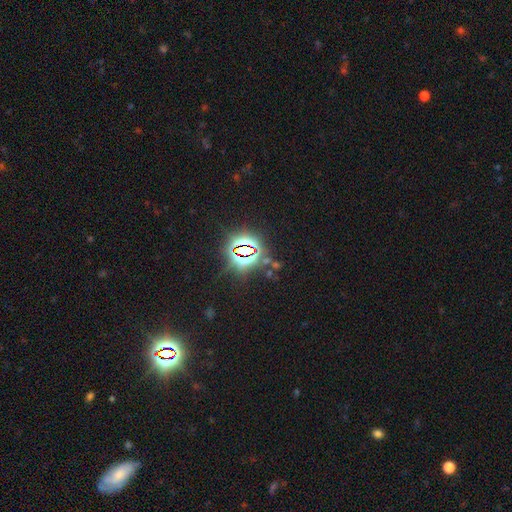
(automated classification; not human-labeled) A star or artifact, not a galaxy (80%).

Vote fractions:
- Smooth or featured? star or artifact: 80% / smooth: 12% / featured or disk: 7%